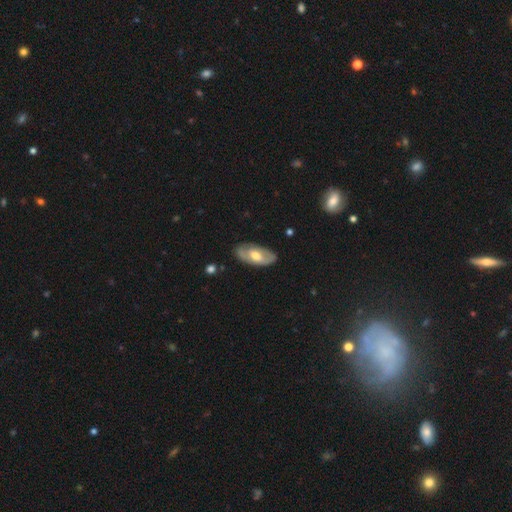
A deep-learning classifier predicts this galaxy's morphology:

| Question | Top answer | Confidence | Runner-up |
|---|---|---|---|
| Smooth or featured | featured or disk | 54% | smooth (41%) |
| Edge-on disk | no | 86% | yes (14%) |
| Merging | none | 79% | minor disturbance (16%) |